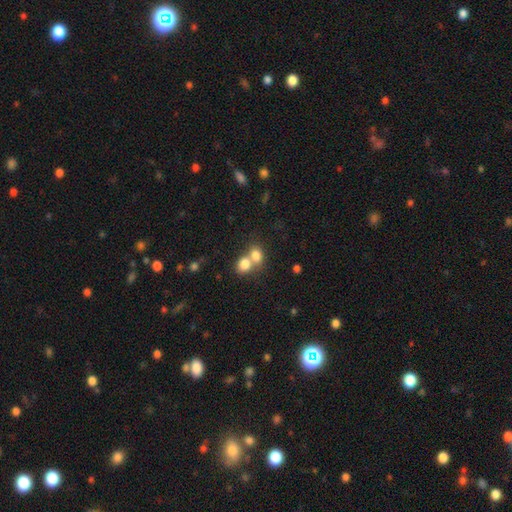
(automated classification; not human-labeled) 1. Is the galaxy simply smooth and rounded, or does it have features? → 77% smooth, 12% featured or disk, 11% star or artifact.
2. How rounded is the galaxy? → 53% round, 46% in between, 1% cigar-shaped.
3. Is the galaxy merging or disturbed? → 64% merger, 27% none, 6% minor disturbance, 3% major disturbance.